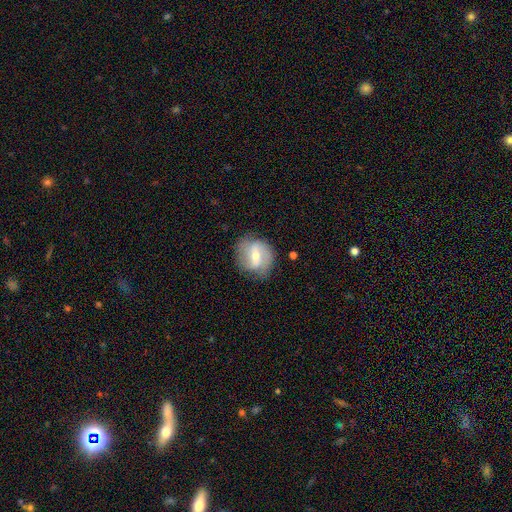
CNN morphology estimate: featured or disk 61%, smooth 32%, star or artifact 7%. Down the decision tree: edge-on disk — no (95%); bar — weak (47%); spiral arms — yes (75%); bulge size — moderate (56%); merging — none (74%).